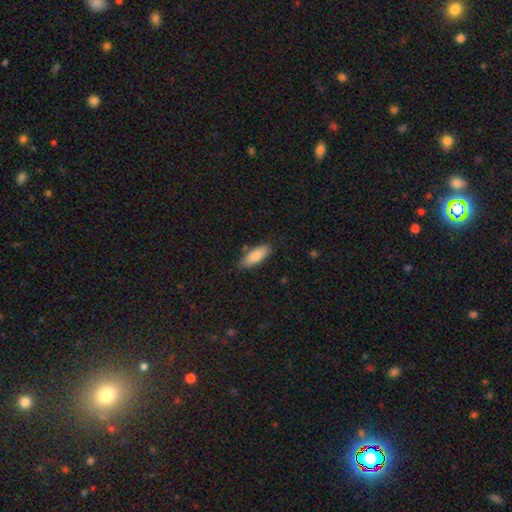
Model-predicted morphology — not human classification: Overall: smooth (82%). How rounded: in between (71%). Merging: none (79%).